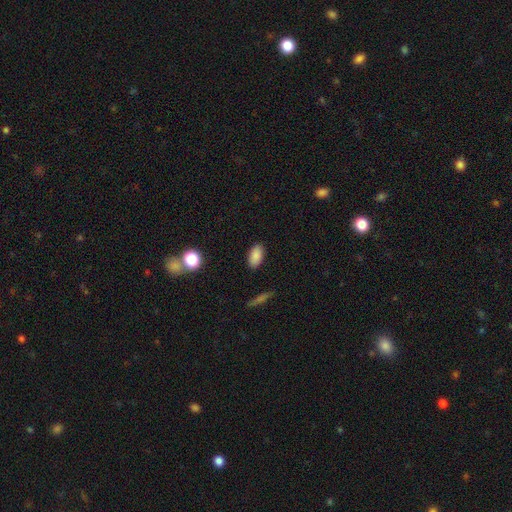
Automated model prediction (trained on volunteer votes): The model was most divided on "smooth or featured": smooth: 86%, star or artifact: 9%, featured or disk: 5%. More confident: how rounded — in between (92%); merging — none (87%).